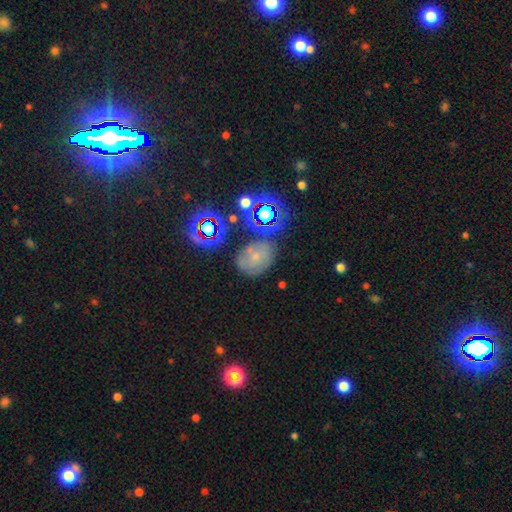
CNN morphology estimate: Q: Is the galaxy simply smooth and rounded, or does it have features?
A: smooth — 36%.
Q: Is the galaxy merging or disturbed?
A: none — 63%.